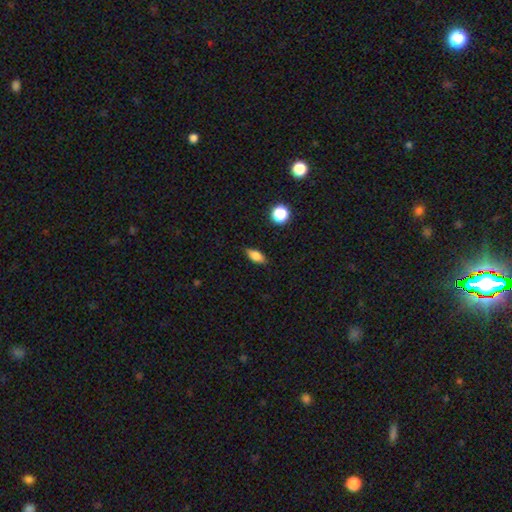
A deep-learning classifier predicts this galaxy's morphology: Overall: smooth (78%). How rounded: in between (79%). Merging: none (86%).